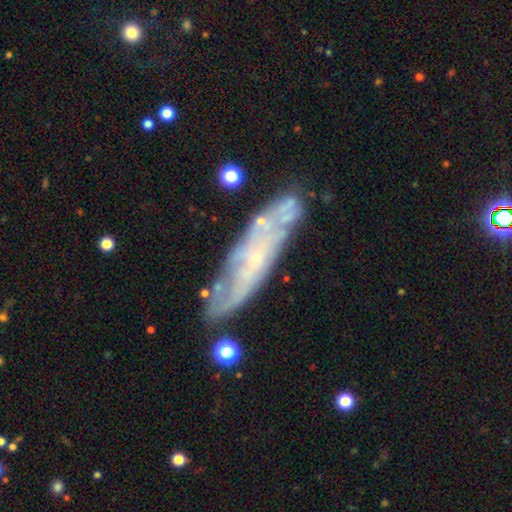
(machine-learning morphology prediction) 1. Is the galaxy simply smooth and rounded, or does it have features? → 73% featured or disk, 20% smooth, 7% star or artifact.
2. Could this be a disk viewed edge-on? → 67% no, 33% yes.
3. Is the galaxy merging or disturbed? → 74% none, 17% minor disturbance, 5% major disturbance, 4% merger.